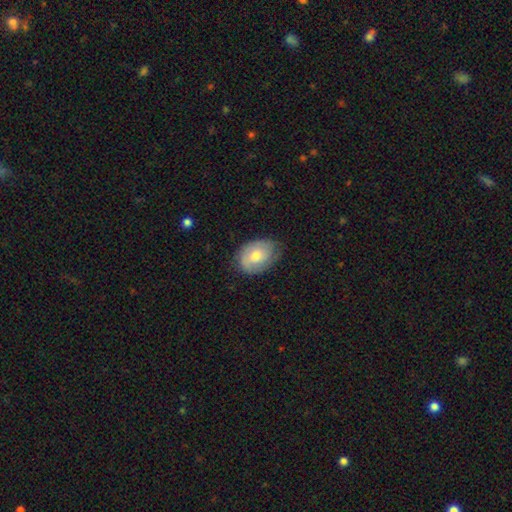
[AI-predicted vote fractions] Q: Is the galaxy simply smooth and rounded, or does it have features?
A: smooth — 61%.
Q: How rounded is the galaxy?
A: in between — 76%.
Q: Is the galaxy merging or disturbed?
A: none — 68%.